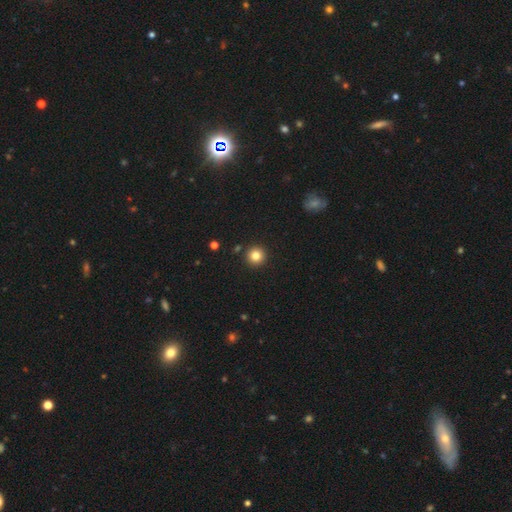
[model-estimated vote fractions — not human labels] A smooth galaxy with no disk features (83%) that is round (96%).

Vote fractions:
- Smooth or featured? smooth: 83% / star or artifact: 12% / featured or disk: 5%
- How rounded? round: 96% / in between: 3% / cigar-shaped: 1%
- Merging? none: 92% / minor disturbance: 5% / merger: 2% / major disturbance: 2%